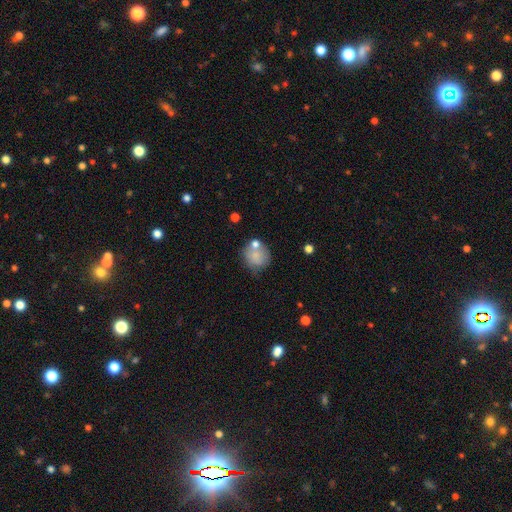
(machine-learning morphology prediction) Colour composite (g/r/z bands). It shows a smooth galaxy with no disk features (74%) that is round (78%). Merging: none (54%).